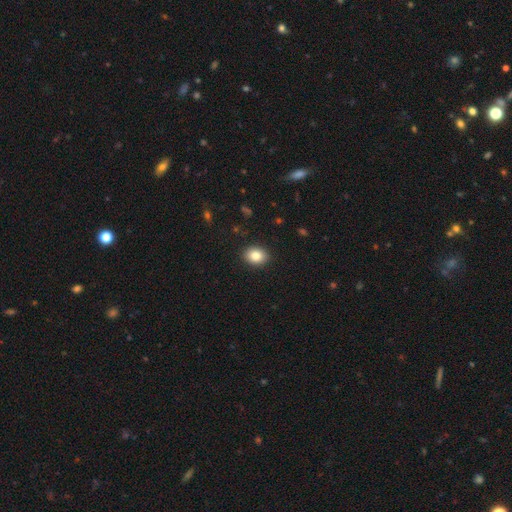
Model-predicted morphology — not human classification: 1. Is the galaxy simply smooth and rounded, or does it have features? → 84% smooth, 9% star or artifact, 7% featured or disk.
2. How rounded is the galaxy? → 55% in between, 44% round, 1% cigar-shaped.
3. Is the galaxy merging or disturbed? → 90% none, 7% minor disturbance, 2% major disturbance, 1% merger.